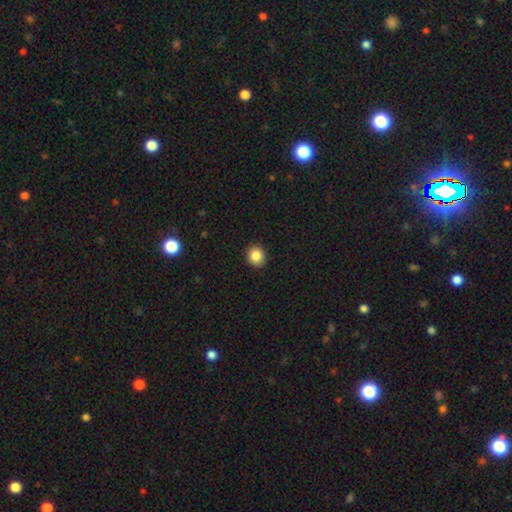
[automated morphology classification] smooth-or-featured: smooth: 86% | star or artifact: 10% | featured or disk: 5%
  how-rounded: round: 84% | in between: 15% | cigar-shaped: 1%
  merging: none: 92% | minor disturbance: 6% | major disturbance: 2% | merger: 1%